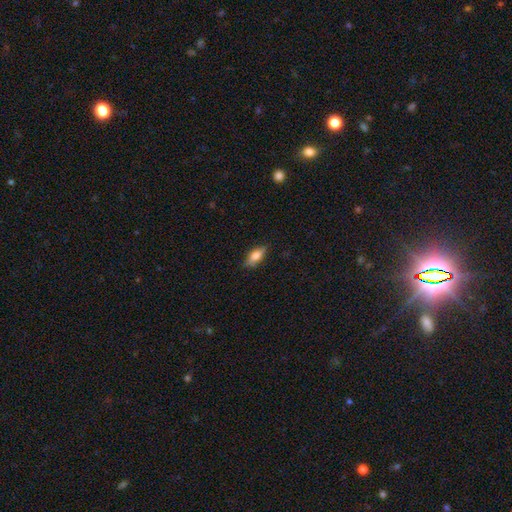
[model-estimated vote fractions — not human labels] Smooth or featured? Predicted: smooth (p=0.69). How rounded? Predicted: in between (p=0.76). Merging? Predicted: none (p=0.79).